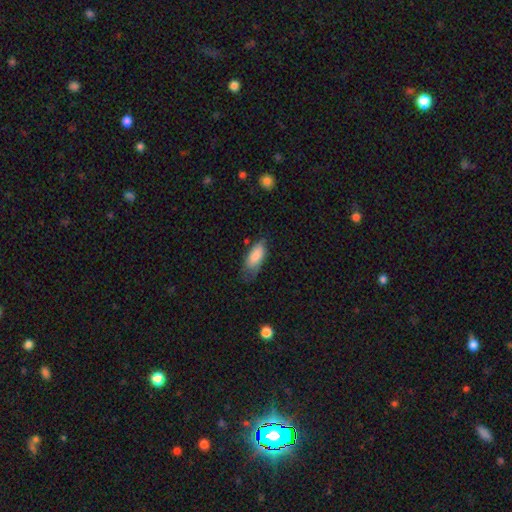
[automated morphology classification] This is clearly a smooth galaxy (82%). How rounded: clearly in between (84%). Merging: possibly none (48%).